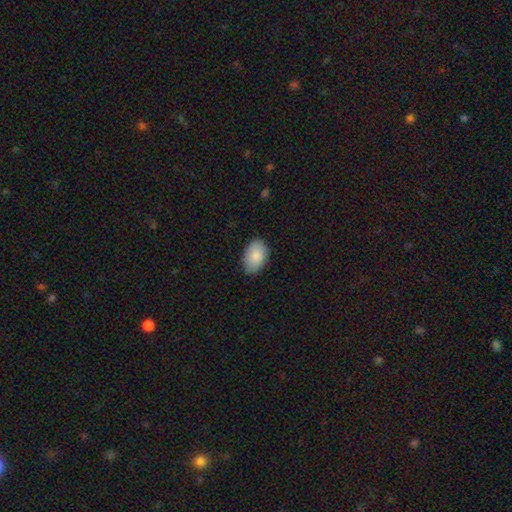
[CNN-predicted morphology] Q: Smooth or featured?
A: smooth (86%); runner-up: featured or disk (7%)
Q: How rounded?
A: in between (90%); runner-up: round (9%)
Q: Merging?
A: none (84%); runner-up: minor disturbance (13%)